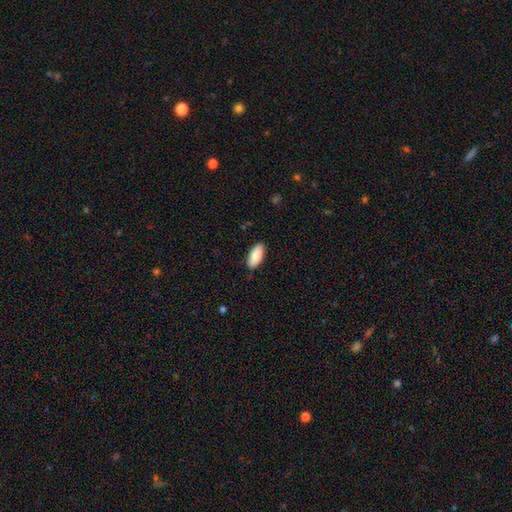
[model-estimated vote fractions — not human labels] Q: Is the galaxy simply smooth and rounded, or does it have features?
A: smooth — 88%.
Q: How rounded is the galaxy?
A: in between — 89%.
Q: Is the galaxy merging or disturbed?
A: none — 88%.